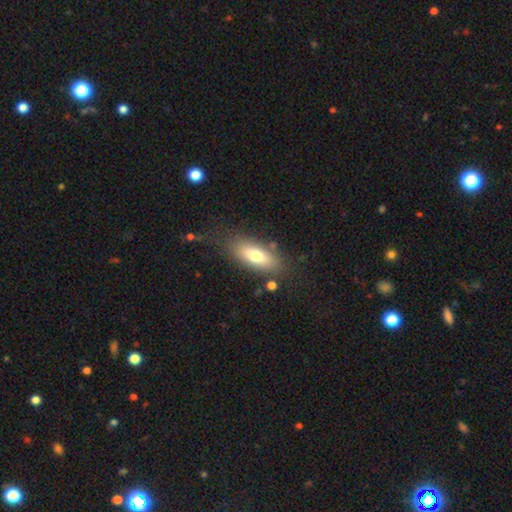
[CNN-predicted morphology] Smooth or featured: smooth — 70% (featured or disk — 22%)
How rounded: in between — 78% (cigar-shaped — 18%)
Merging: none — 75% (minor disturbance — 15%)